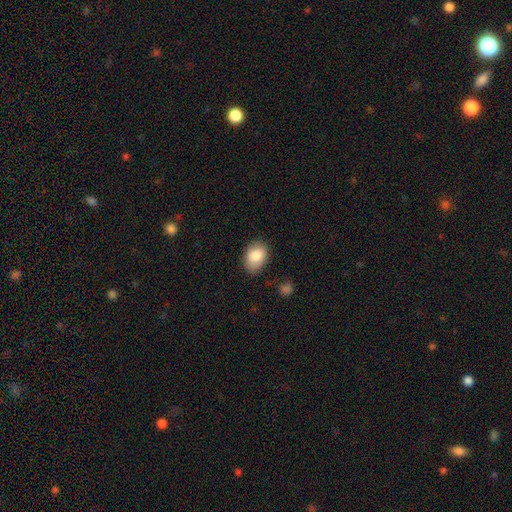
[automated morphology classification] smooth 85%, featured or disk 8%, star or artifact 7%. Down the decision tree: how rounded — in between (79%); merging — none (74%).